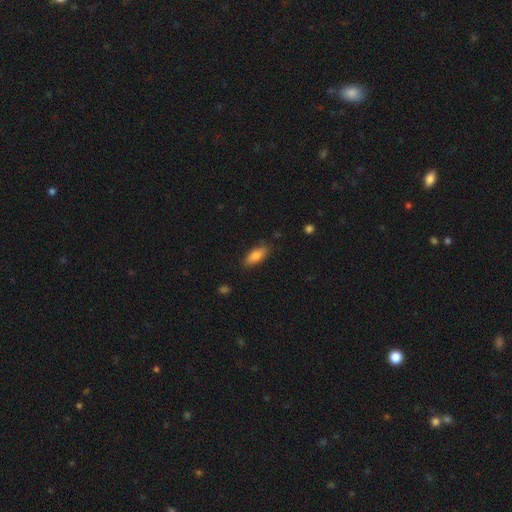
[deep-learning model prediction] A smooth galaxy with no disk features (82%) that is in between round and cigar-shaped (79%). Merging: none (82%).